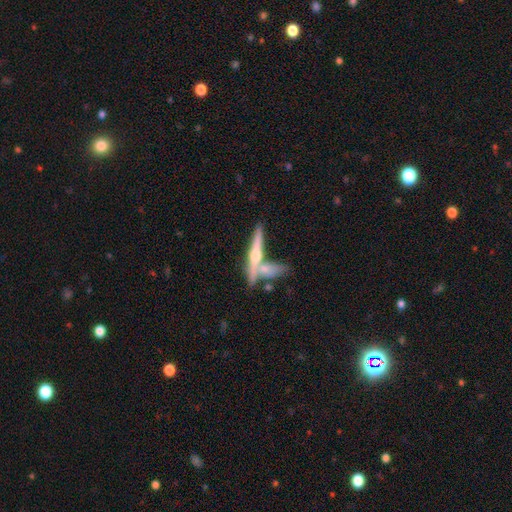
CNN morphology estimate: This is likely a featured or disk galaxy (66%). It is clearly viewed edge-on (94%). Edge-on bulge: clearly rounded (87%). Merging: possibly none (53%).